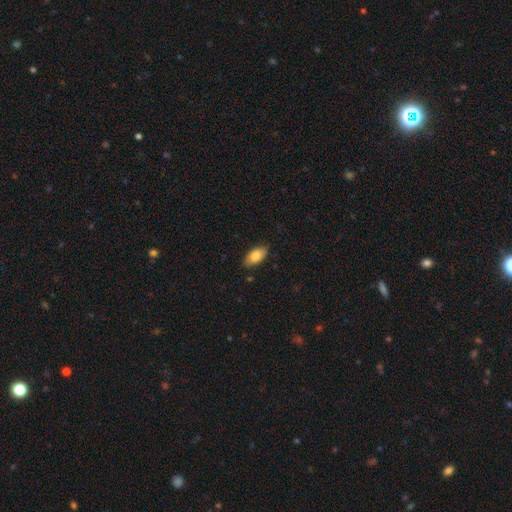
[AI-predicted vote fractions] Overall: smooth (82%). How rounded: in between (93%). Merging: none (84%).